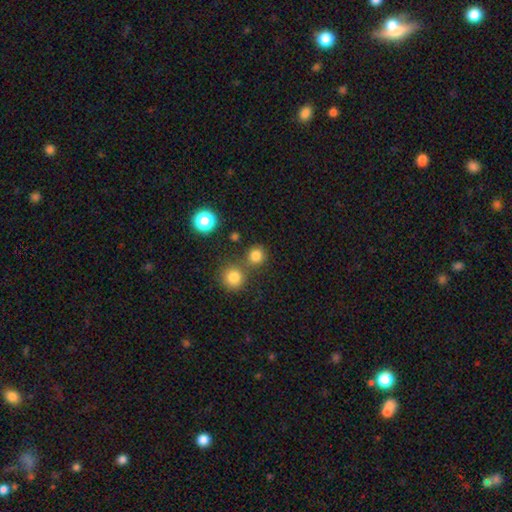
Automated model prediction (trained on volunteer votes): Smooth or featured: smooth — 79% (star or artifact — 15%)
How rounded: round — 90% (in between — 9%)
Merging: none — 69% (merger — 20%)